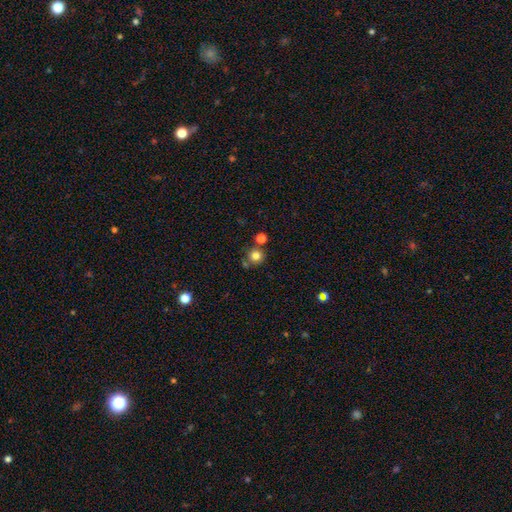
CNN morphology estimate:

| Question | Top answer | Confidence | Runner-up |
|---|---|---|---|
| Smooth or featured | smooth | 80% | star or artifact (13%) |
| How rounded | round | 92% | in between (8%) |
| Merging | none | 73% | merger (13%) |